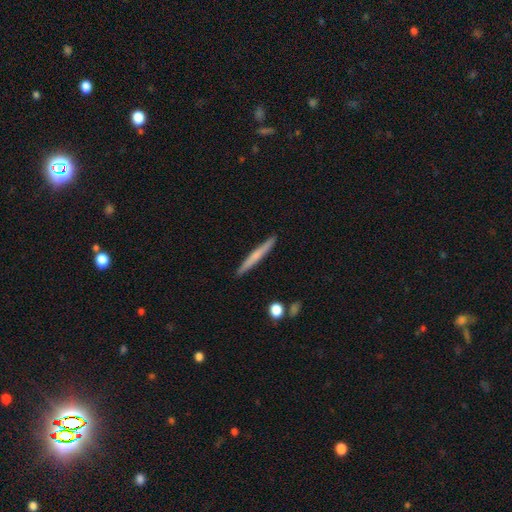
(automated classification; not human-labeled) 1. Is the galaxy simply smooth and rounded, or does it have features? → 53% smooth, 40% featured or disk, 6% star or artifact.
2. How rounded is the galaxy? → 96% cigar-shaped, 2% in between, 1% round.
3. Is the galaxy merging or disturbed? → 91% none, 6% minor disturbance, 1% merger, 1% major disturbance.